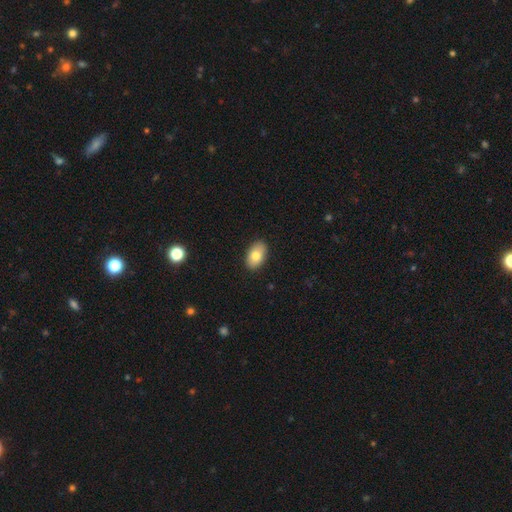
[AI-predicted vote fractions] This appears to be a smooth galaxy with no disk features (79%) that is in between round and cigar-shaped (92%). Merging: none (88%).